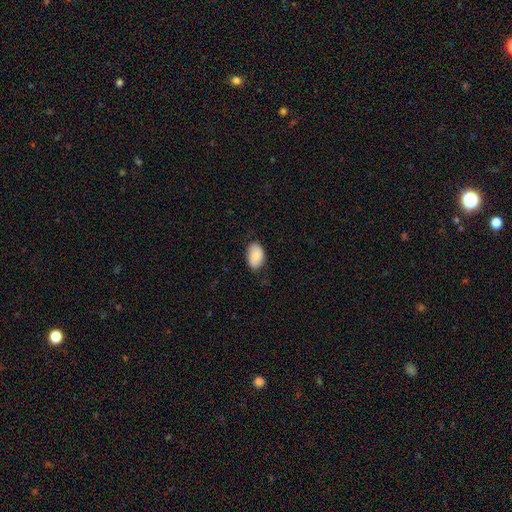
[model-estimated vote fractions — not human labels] Q: Smooth or featured?
A: smooth (80%); runner-up: featured or disk (13%)
Q: How rounded?
A: in between (89%); runner-up: round (10%)
Q: Merging?
A: none (78%); runner-up: minor disturbance (18%)